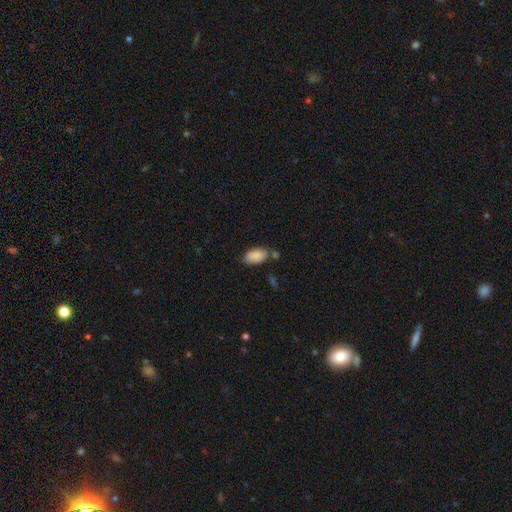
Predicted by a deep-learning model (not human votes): The model was most divided on "merging": none: 64%, minor disturbance: 19%, merger: 13%, major disturbance: 4%. More confident: how rounded — in between (94%); smooth or featured — smooth (88%).